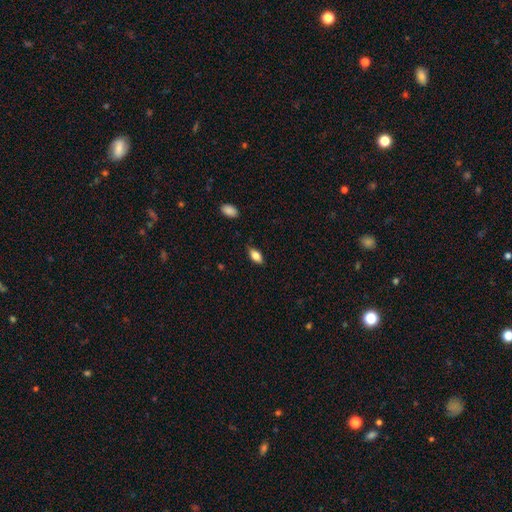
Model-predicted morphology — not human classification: smooth_or_featured: smooth (p=0.77) [alt: featured or disk p=0.15]
how_rounded: in between (p=0.88) [alt: cigar-shaped p=0.08]
merging: none (p=0.83) [alt: minor disturbance p=0.14]